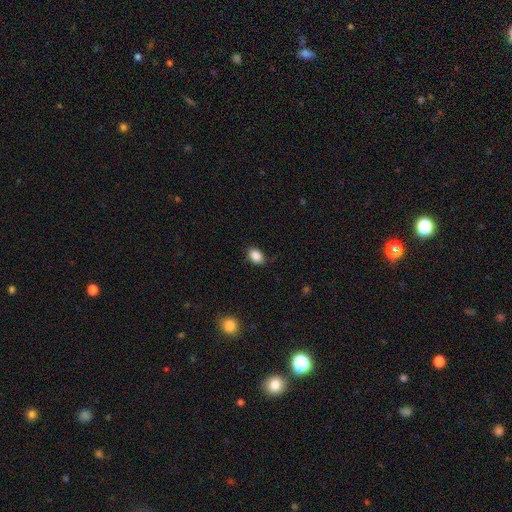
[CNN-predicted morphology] This appears to be a smooth galaxy with no disk features (87%) that is in between round and cigar-shaped (76%). Merging: none (80%).